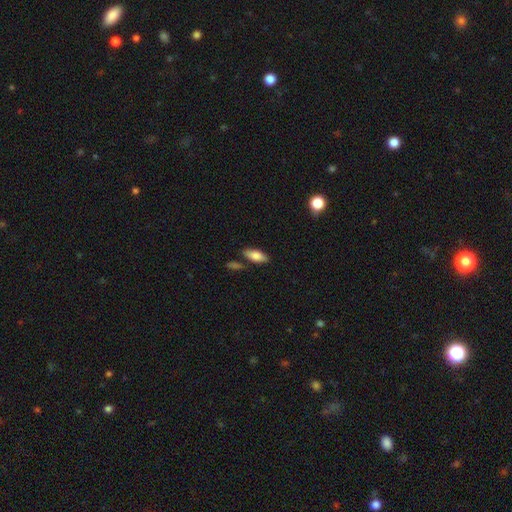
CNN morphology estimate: Smooth or featured? smooth (78%)
How rounded? in between (81%)
Merging? none (78%)